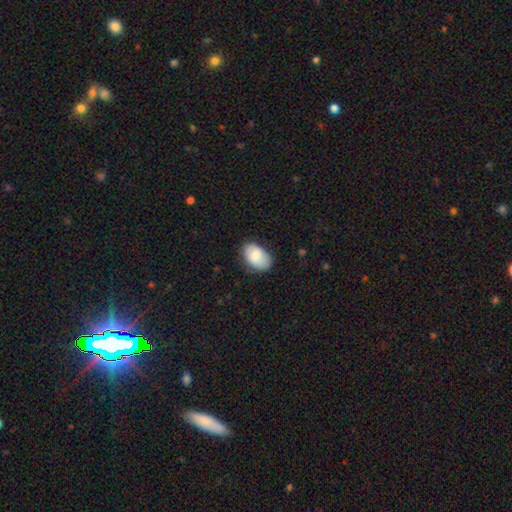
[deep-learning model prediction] Q: Smooth or featured?
A: smooth (79%); runner-up: featured or disk (14%)
Q: How rounded?
A: in between (91%); runner-up: round (8%)
Q: Merging?
A: none (76%); runner-up: minor disturbance (19%)